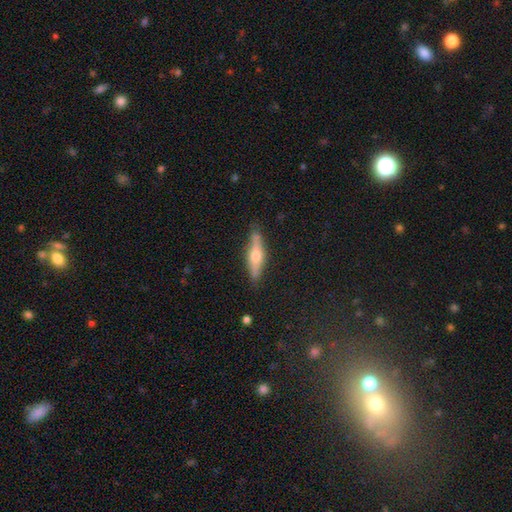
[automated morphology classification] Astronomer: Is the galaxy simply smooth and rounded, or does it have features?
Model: featured or disk — 53% (runner-up: smooth, 41%).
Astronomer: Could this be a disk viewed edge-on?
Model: yes — 92%.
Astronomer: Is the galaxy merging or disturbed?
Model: none — 83%.